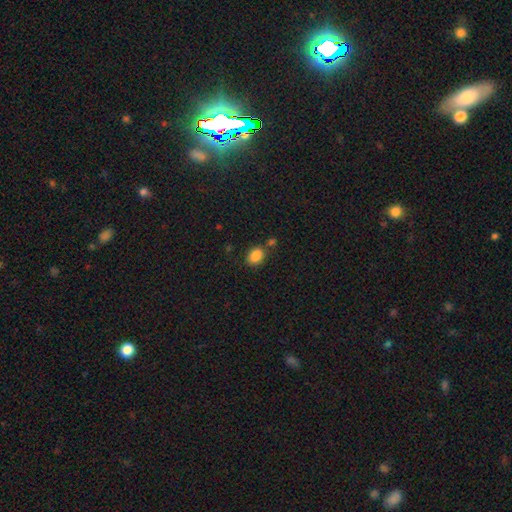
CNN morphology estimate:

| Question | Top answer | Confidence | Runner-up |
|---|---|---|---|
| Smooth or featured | smooth | 86% | star or artifact (10%) |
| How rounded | in between | 68% | round (31%) |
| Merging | none | 71% | merger (13%) |